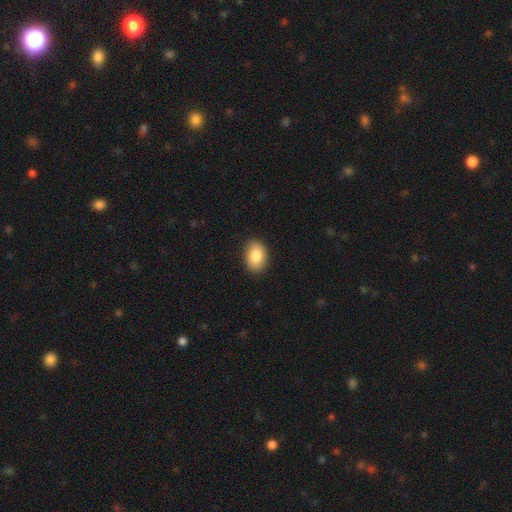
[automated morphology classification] Smooth or featured?
  - smooth: 87% *
  - star or artifact: 7%
  - featured or disk: 6%
How rounded?
  - in between: 83% *
  - round: 16%
  - cigar-shaped: 1%
Merging?
  - none: 89% *
  - minor disturbance: 9%
  - major disturbance: 2%
  - merger: 1%